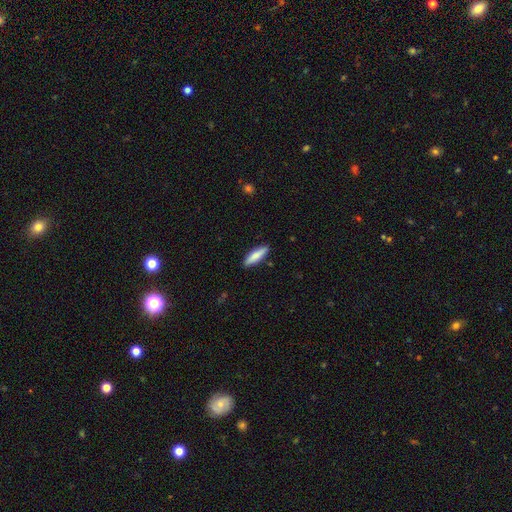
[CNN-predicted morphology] Smooth or featured? smooth (80%)
How rounded? cigar-shaped (65%)
Merging? none (88%)